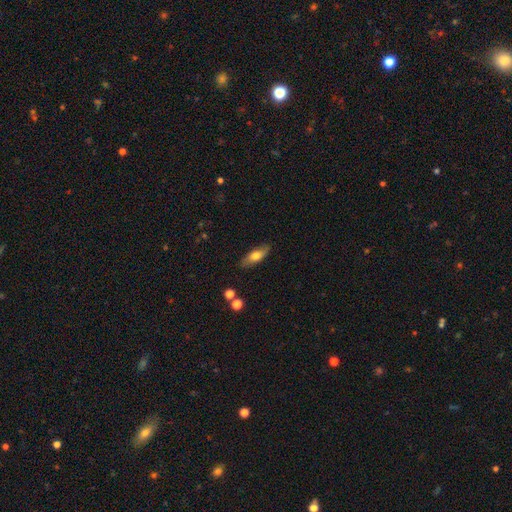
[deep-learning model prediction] This is likely a smooth galaxy (68%). How rounded: likely in between (64%). Merging: clearly none (83%).